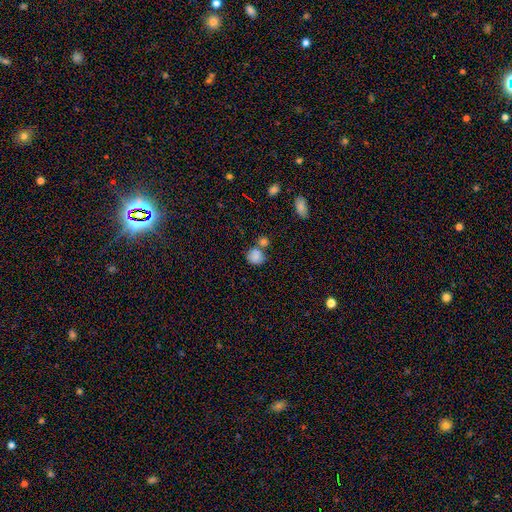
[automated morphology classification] smooth 82%, star or artifact 11%, featured or disk 7%. Down the decision tree: how rounded — round (76%); merging — none (52%).